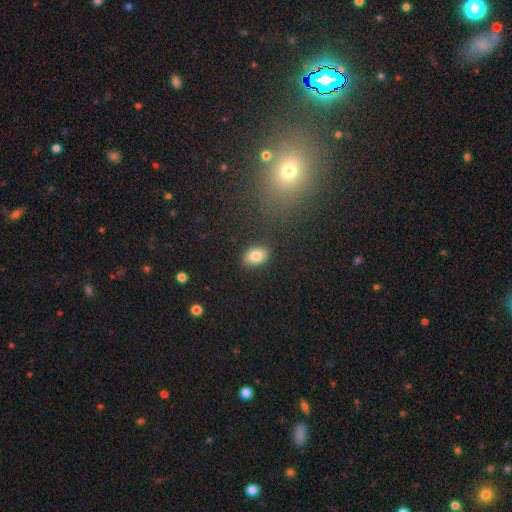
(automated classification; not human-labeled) This appears to be a smooth galaxy with no disk features (84%) that is in between round and cigar-shaped (85%). Merging: none (87%).